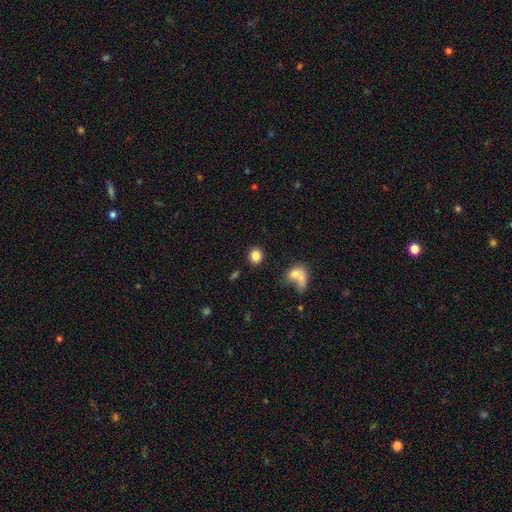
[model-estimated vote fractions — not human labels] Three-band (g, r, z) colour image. It shows a smooth galaxy with no disk features (84%) that is round (80%). Merging: none (83%).